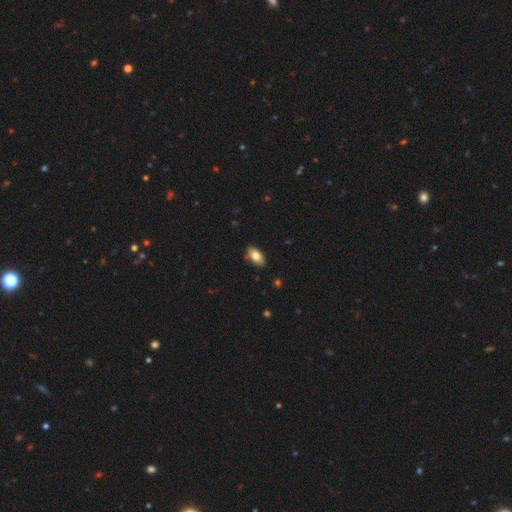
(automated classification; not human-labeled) A smooth galaxy with no disk features (80%) that is in between round and cigar-shaped (92%). Merging: none (86%).